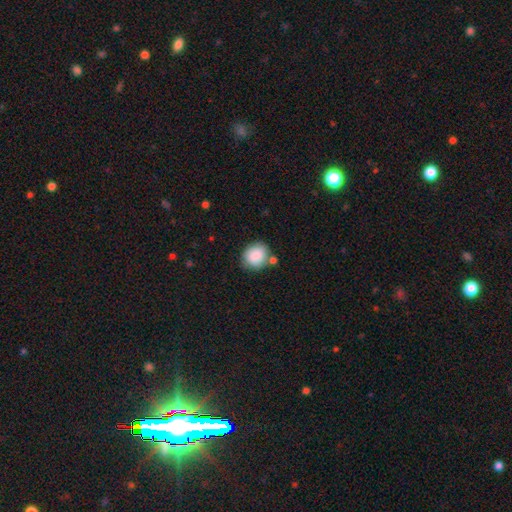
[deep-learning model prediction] smooth_or_featured: smooth (p=0.88) [alt: star or artifact p=0.07]
how_rounded: round (p=0.71) [alt: in between p=0.28]
merging: none (p=0.70) [alt: minor disturbance p=0.14]